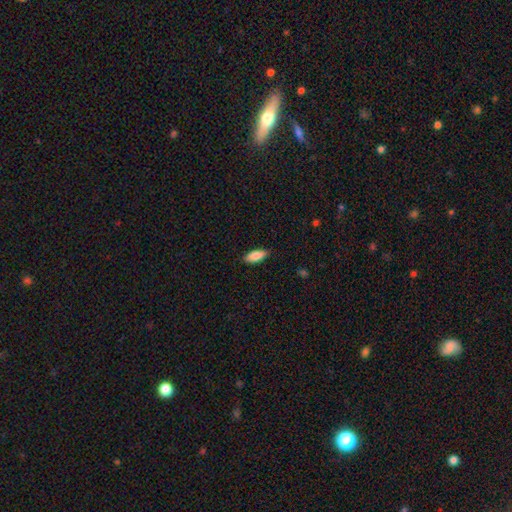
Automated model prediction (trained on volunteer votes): This is clearly a smooth galaxy (87%). How rounded: likely in between (78%). Merging: clearly none (86%).